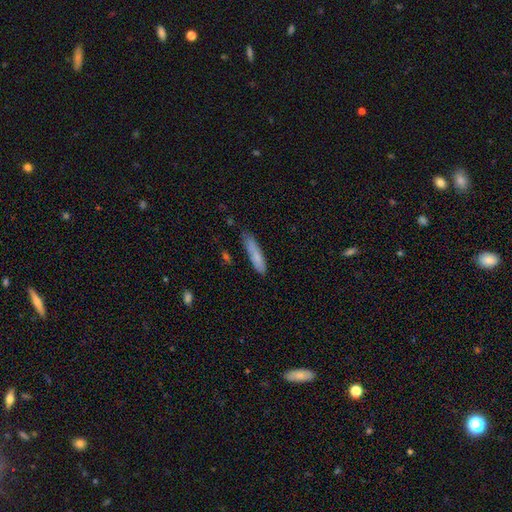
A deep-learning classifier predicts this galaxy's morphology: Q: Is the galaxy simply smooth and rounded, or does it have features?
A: smooth — 78%.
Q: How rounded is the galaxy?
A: cigar-shaped — 82%.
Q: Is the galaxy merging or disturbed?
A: none — 71%.